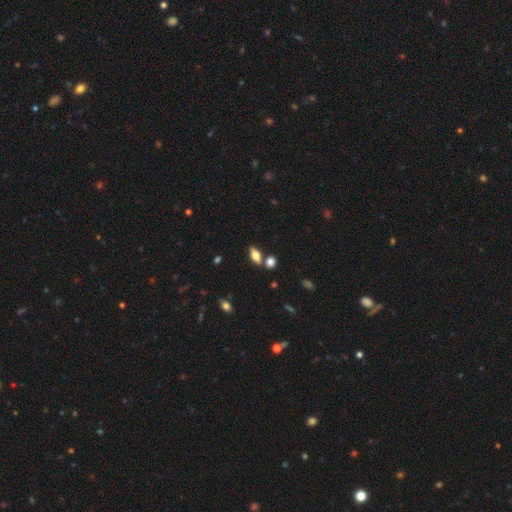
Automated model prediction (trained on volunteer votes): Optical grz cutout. It shows a smooth galaxy with no disk features (64%) that is in between round and cigar-shaped (79%). Merging: none (71%).